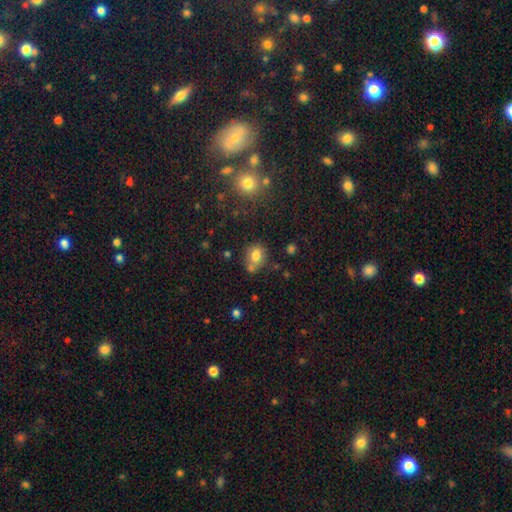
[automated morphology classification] type=smooth (77%); roundness=round (56%); merging=none (57%).